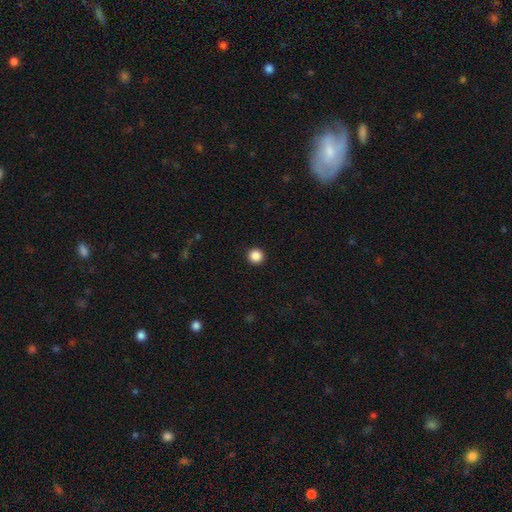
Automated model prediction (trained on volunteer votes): smooth 87%, star or artifact 10%, featured or disk 3%. Down the decision tree: how rounded — round (96%); merging — none (94%).